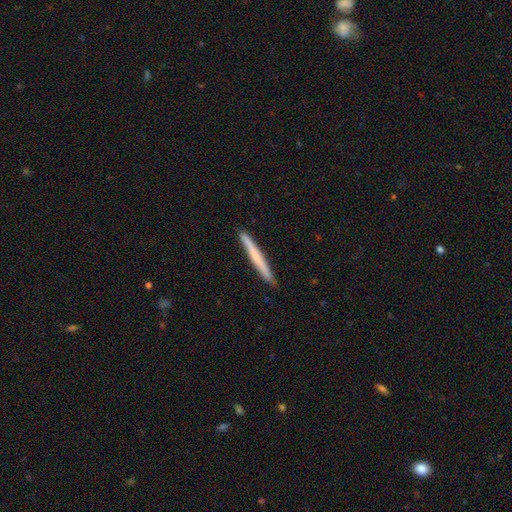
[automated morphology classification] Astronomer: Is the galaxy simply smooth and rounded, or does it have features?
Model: smooth — 60%.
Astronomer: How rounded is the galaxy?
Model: cigar-shaped — 97%.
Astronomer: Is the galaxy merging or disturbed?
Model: none — 92%.